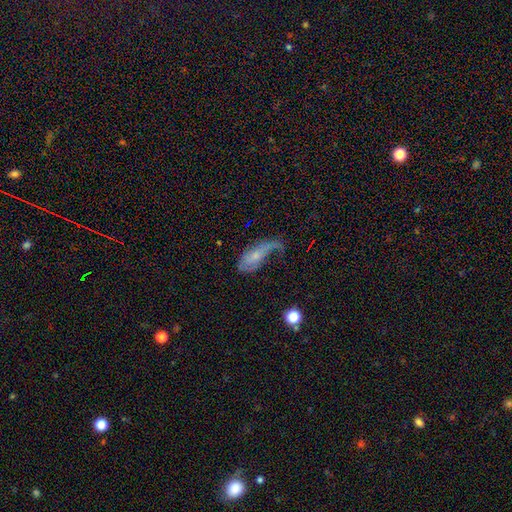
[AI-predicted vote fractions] A featured or disk galaxy (51%). Merging: major disturbance (45%).